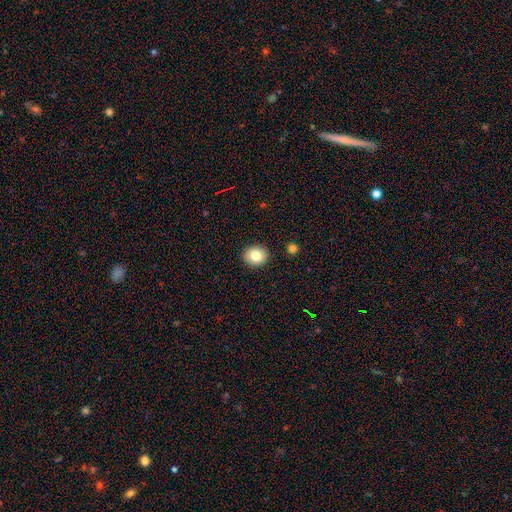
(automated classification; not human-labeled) Q: Smooth or featured?
A: smooth (82%); runner-up: star or artifact (10%)
Q: How rounded?
A: round (64%); runner-up: in between (35%)
Q: Merging?
A: none (90%); runner-up: minor disturbance (7%)